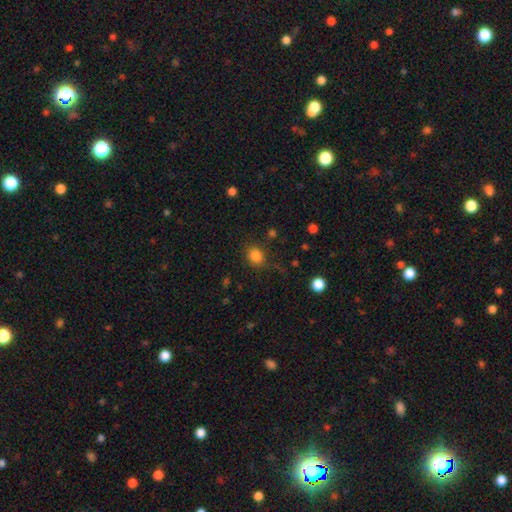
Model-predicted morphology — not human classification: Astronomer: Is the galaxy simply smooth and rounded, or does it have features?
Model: smooth — 83%.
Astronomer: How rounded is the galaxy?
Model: round — 64%.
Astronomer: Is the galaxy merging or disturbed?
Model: none — 78%.